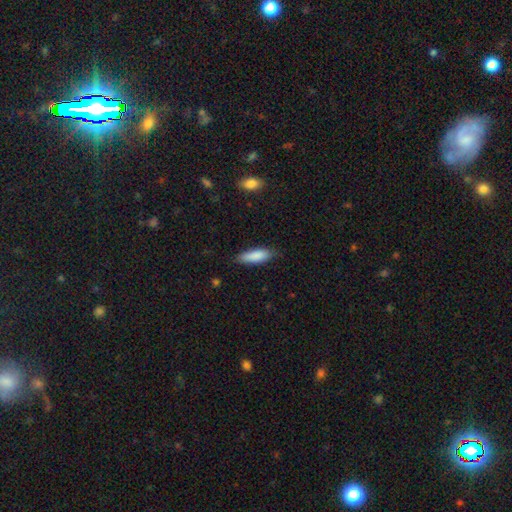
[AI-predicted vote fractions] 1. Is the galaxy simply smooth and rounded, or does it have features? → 86% smooth, 8% featured or disk, 6% star or artifact.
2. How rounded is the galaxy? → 53% in between, 46% cigar-shaped, 2% round.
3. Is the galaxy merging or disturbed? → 80% none, 16% minor disturbance, 3% major disturbance, 1% merger.